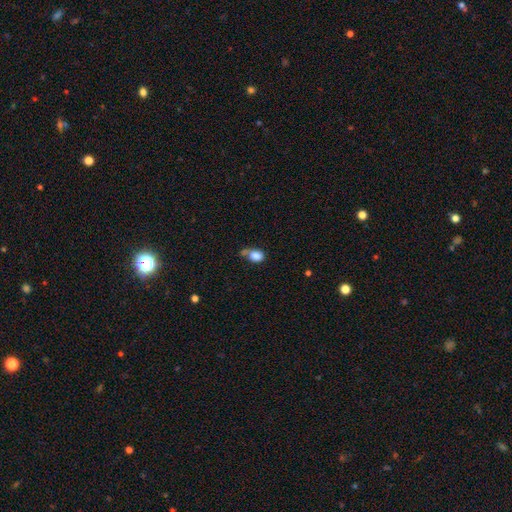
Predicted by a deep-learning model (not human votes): Smooth or featured?
  - smooth: 82% *
  - star or artifact: 9%
  - featured or disk: 8%
How rounded?
  - in between: 69% *
  - round: 29%
  - cigar-shaped: 2%
Merging?
  - none: 37% *
  - minor disturbance: 28%
  - merger: 19%
  - major disturbance: 17%